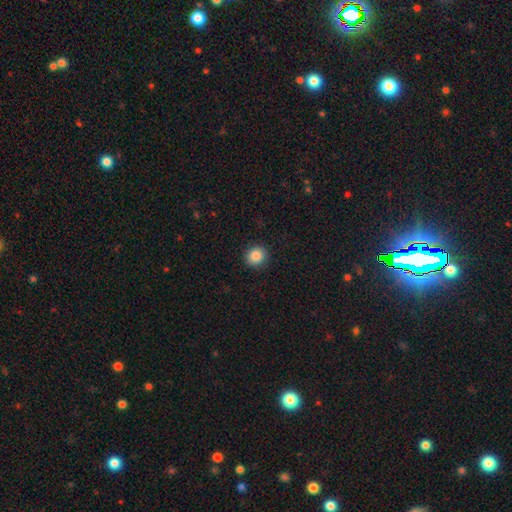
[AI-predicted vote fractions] This appears to be a smooth galaxy with no disk features (86%) that is round (87%). Merging: none (92%).